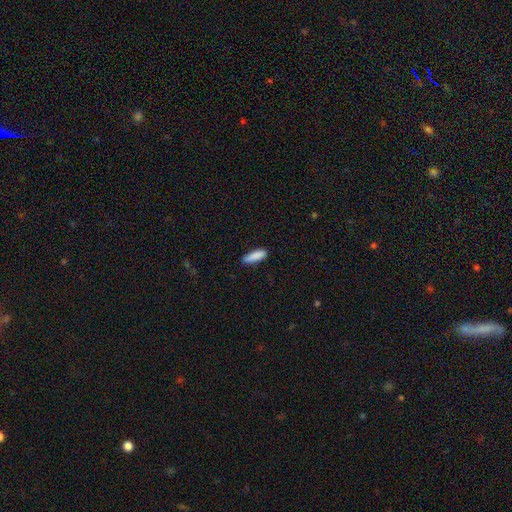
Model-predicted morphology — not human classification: A smooth galaxy with no disk features (88%) that is cigar-shaped (55%). Merging: none (86%).